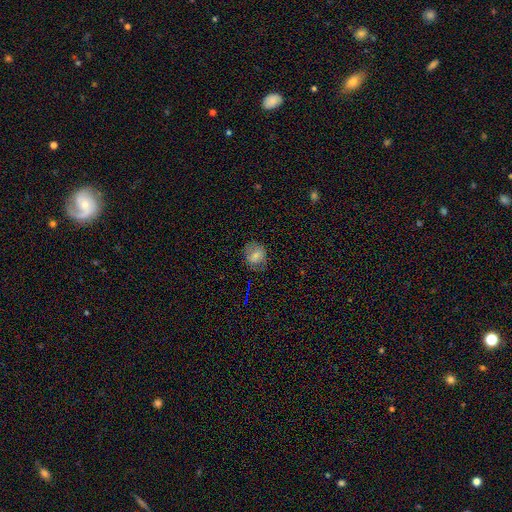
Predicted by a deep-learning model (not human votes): Q: Smooth or featured?
A: smooth (70%); runner-up: featured or disk (18%)
Q: How rounded?
A: round (65%); runner-up: in between (34%)
Q: Merging?
A: none (76%); runner-up: minor disturbance (17%)